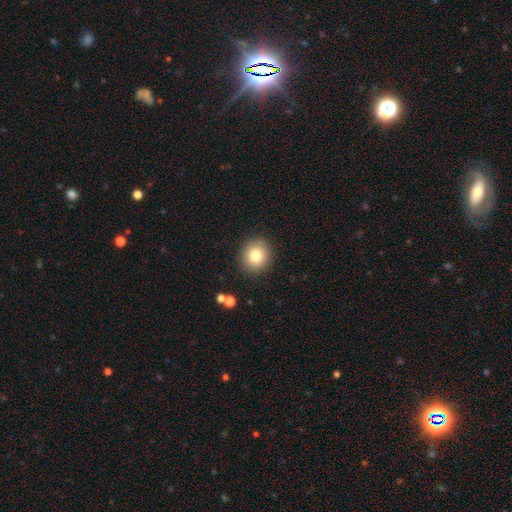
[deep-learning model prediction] This is clearly a smooth galaxy (80%). How rounded: clearly round (84%). Merging: clearly none (89%).